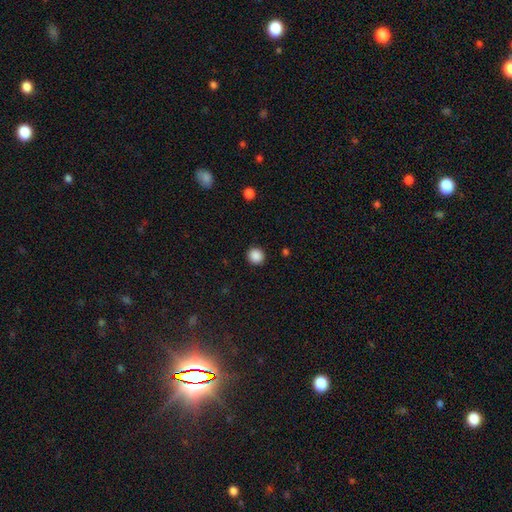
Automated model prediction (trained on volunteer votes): This is clearly a smooth galaxy (88%). How rounded: clearly round (92%). Merging: clearly none (92%).